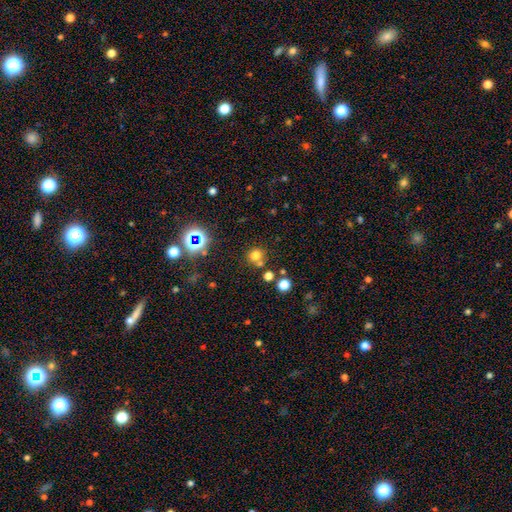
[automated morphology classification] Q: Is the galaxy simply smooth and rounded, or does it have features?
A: smooth — 70%.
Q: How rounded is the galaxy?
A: round — 90%.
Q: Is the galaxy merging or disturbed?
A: none — 69%.